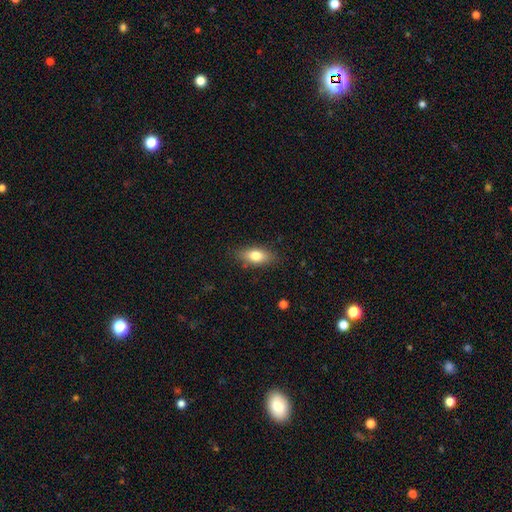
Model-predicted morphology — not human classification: smooth_or_featured: smooth (p=0.76) [alt: featured or disk p=0.16]
how_rounded: in between (p=0.81) [alt: cigar-shaped p=0.13]
merging: none (p=0.83) [alt: minor disturbance p=0.13]